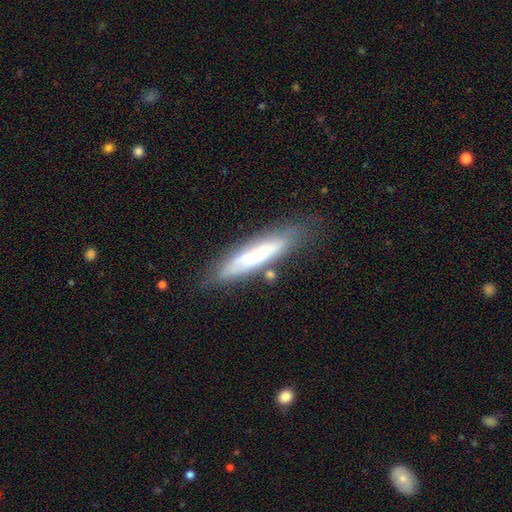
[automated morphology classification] type=featured or disk (51%); edge-on=yes (58%); merging=none (72%).